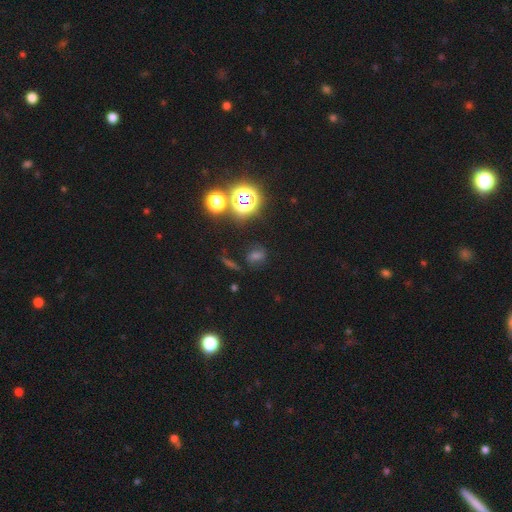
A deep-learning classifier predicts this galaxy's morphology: Smooth or featured? Predicted: smooth (p=0.43). Merging? Predicted: none (p=0.72).